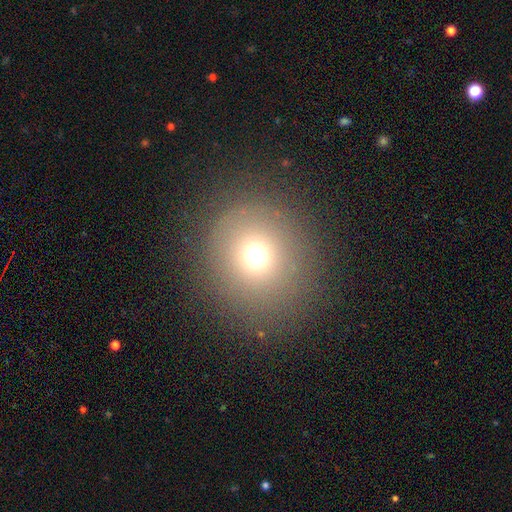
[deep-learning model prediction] smooth_or_featured: smooth (p=0.68) [alt: star or artifact p=0.22]
how_rounded: round (p=0.92) [alt: in between p=0.07]
merging: none (p=0.86) [alt: minor disturbance p=0.07]